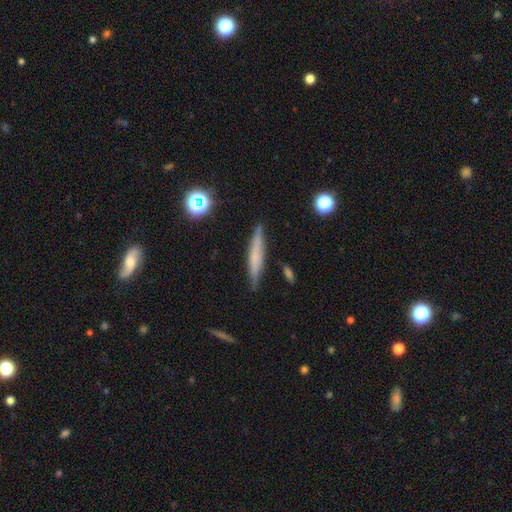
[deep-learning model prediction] A smooth galaxy with no disk features (55%) that is cigar-shaped (91%). Merging: none (85%).